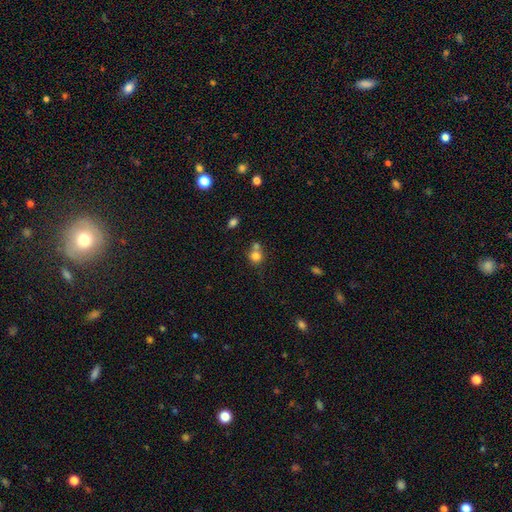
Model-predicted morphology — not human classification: Overall: smooth (78%). How rounded: round (84%). Merging: none (47%; merger 40%).